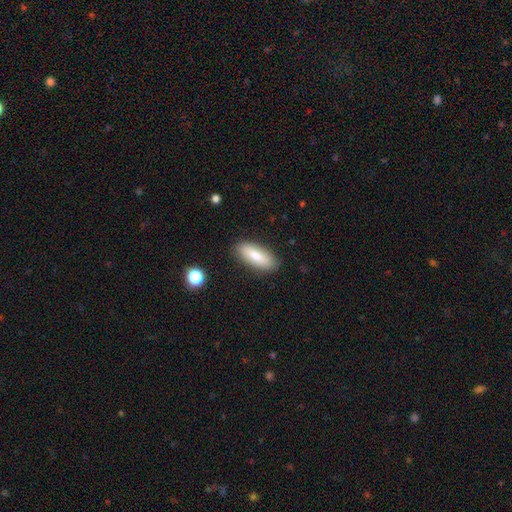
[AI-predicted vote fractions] Smooth or featured?
  - smooth: 80% *
  - featured or disk: 14%
  - star or artifact: 6%
How rounded?
  - in between: 72% *
  - cigar-shaped: 26%
  - round: 2%
Merging?
  - none: 86% *
  - minor disturbance: 10%
  - major disturbance: 2%
  - merger: 1%